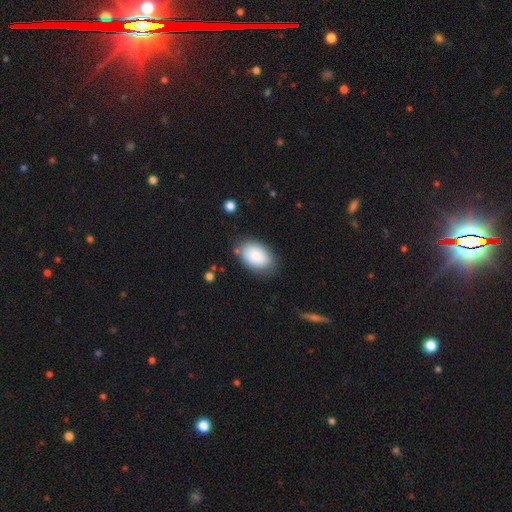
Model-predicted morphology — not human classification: Smooth or featured? Predicted: smooth (p=0.88). How rounded? Predicted: in between (p=0.90). Merging? Predicted: none (p=0.78).